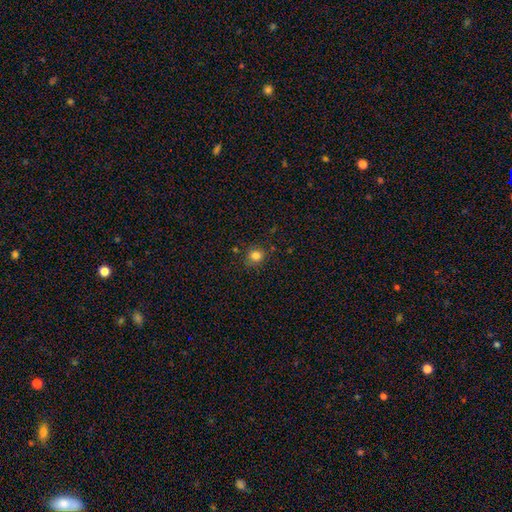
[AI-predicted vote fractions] smooth 82%, star or artifact 13%, featured or disk 5%. Down the decision tree: how rounded — round (85%); merging — none (82%).